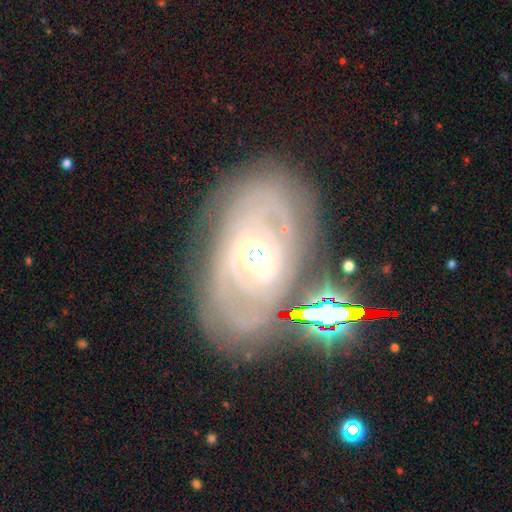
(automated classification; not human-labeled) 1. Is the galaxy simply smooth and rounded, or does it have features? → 83% featured or disk, 9% star or artifact, 9% smooth.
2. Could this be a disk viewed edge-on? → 94% no, 6% yes.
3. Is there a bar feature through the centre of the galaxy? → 45% weak, 31% strong, 24% no.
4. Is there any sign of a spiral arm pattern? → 90% yes, 10% no.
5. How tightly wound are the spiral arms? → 74% tight, 21% medium, 6% loose.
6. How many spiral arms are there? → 45% can't tell, 25% 2, 12% 3, 7% 4, 6% more than 4, 5% 1.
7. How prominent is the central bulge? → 53% moderate, 41% small, 4% large, 1% none, 1% dominant.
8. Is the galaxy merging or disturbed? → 75% none, 15% minor disturbance, 6% major disturbance, 4% merger.